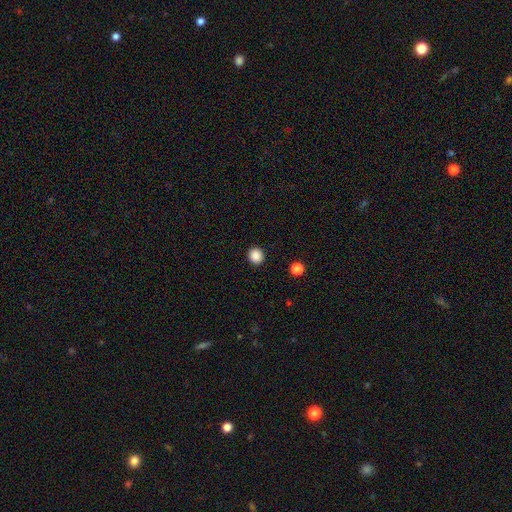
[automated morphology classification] Overall: smooth (87%). How rounded: round (92%). Merging: none (93%).